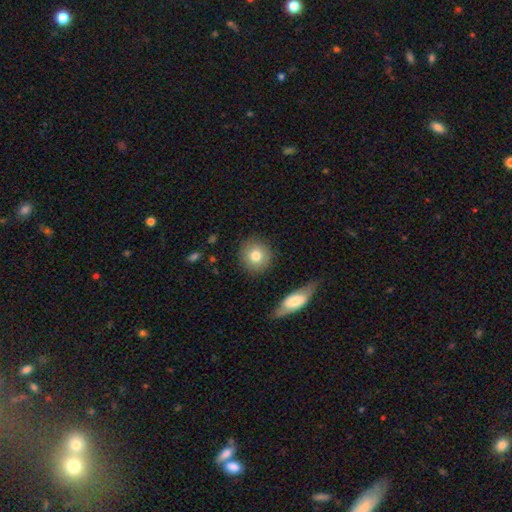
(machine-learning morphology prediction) This appears to be a smooth galaxy with no disk features (81%) that is round (89%). Merging: none (86%).